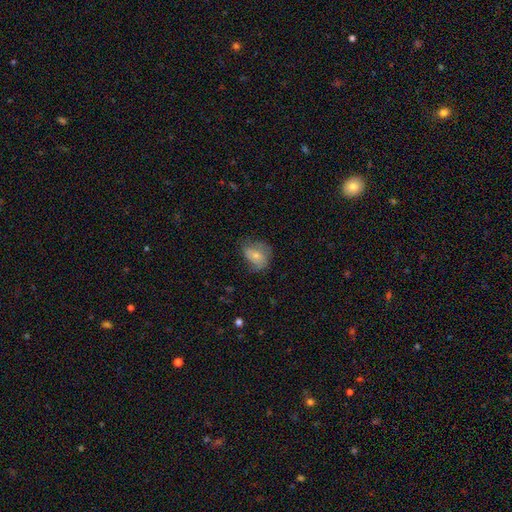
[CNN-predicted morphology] Smooth or featured: smooth — 66% (featured or disk — 26%)
How rounded: in between — 60% (round — 39%)
Merging: none — 48% (minor disturbance — 33%)